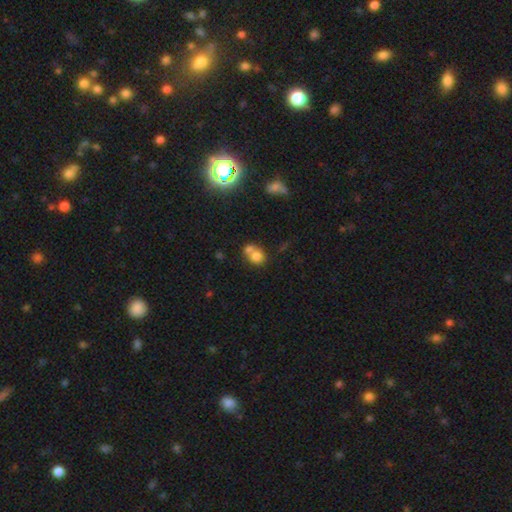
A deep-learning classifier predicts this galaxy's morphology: Smooth or featured: smooth — 73% (featured or disk — 15%)
How rounded: round — 69% (in between — 30%)
Merging: merger — 57% (none — 32%)